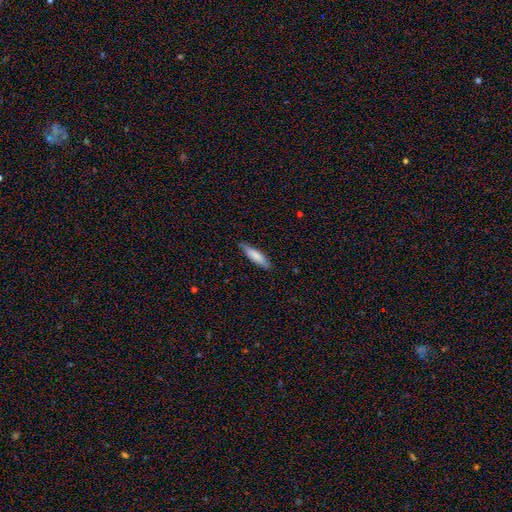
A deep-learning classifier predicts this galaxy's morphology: A smooth galaxy with no disk features (79%) that is cigar-shaped (63%). Merging: none (79%).